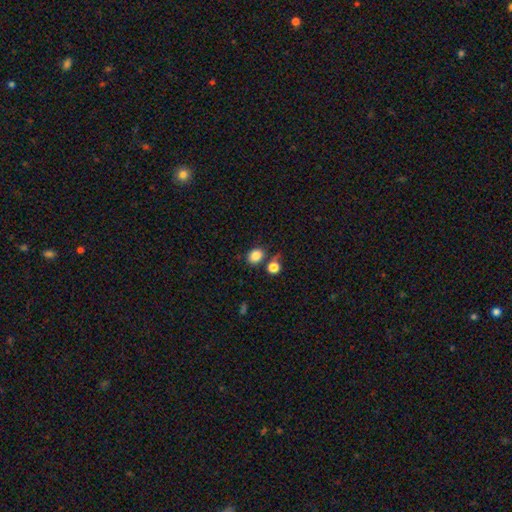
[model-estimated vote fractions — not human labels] Q: Smooth or featured?
A: smooth (85%); runner-up: star or artifact (10%)
Q: How rounded?
A: round (52%); runner-up: in between (47%)
Q: Merging?
A: none (69%); runner-up: merger (14%)